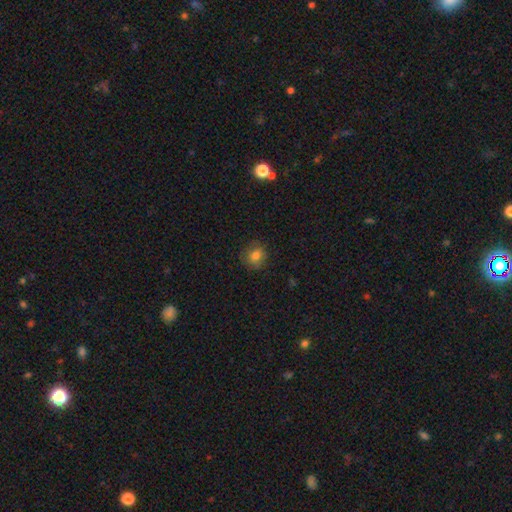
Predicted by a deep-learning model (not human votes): This is likely a smooth galaxy (77%). How rounded: likely round (73%). Merging: clearly none (83%).